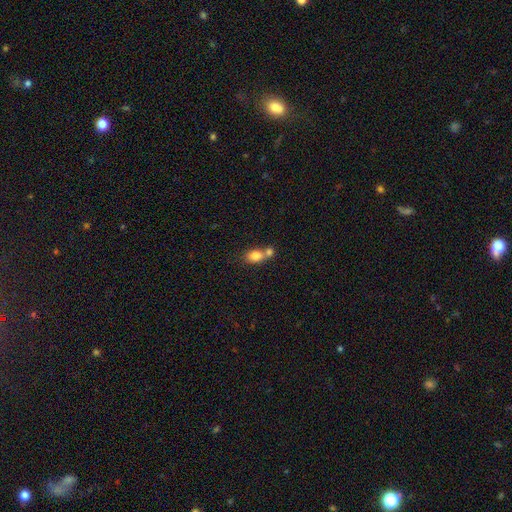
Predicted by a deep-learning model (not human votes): Morphology: type=smooth (80%); roundness=in between (68%); merging=merger (57%).